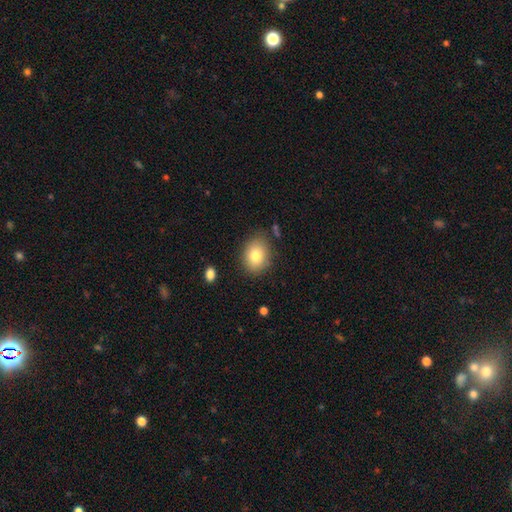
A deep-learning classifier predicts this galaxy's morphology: The model was most divided on "how rounded": in between: 59%, round: 40%, cigar-shaped: 1%. More confident: merging — none (82%); smooth or featured — smooth (80%).